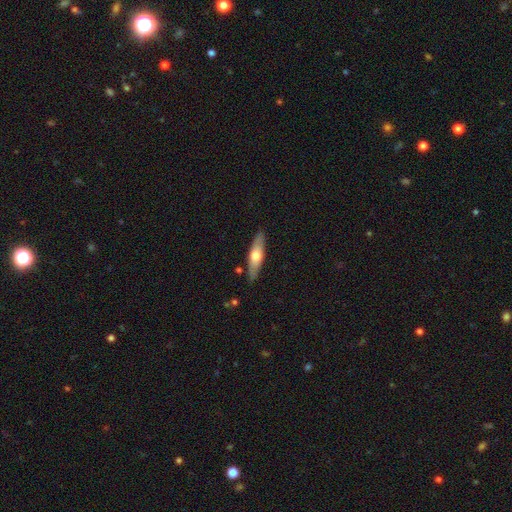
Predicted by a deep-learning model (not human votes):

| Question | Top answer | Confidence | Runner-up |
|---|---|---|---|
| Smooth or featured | smooth | 51% | featured or disk (43%) |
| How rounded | cigar-shaped | 64% | in between (34%) |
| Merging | none | 86% | minor disturbance (10%) |